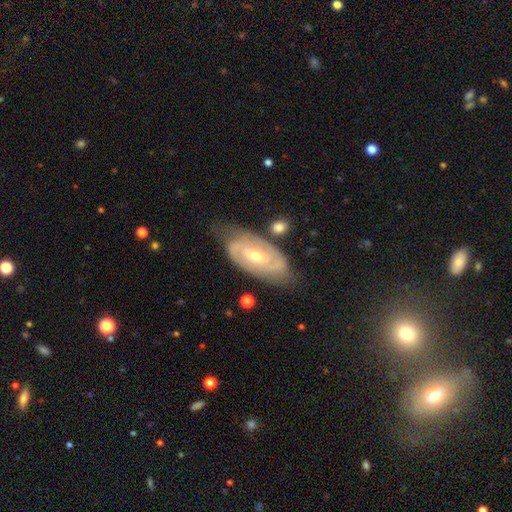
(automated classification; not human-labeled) Smooth or featured?
  - featured or disk: 84% *
  - smooth: 10%
  - star or artifact: 6%
Edge-on disk?
  - no: 94% *
  - yes: 6%
Bar?
  - no: 42% *
  - weak: 39%
  - strong: 18%
Spiral arms?
  - yes: 93% *
  - no: 7%
Spiral winding?
  - tight: 62% *
  - medium: 30%
  - loose: 8%
Spiral arm count?
  - 2: 69% *
  - can't tell: 17%
  - 3: 7%
  - 1: 2%
  - 4: 2%
  - more than 4: 2%
Bulge size?
  - moderate: 55% *
  - small: 42%
  - large: 1%
  - none: 1%
  - dominant: 1%
Merging?
  - none: 71% *
  - minor disturbance: 19%
  - major disturbance: 6%
  - merger: 4%